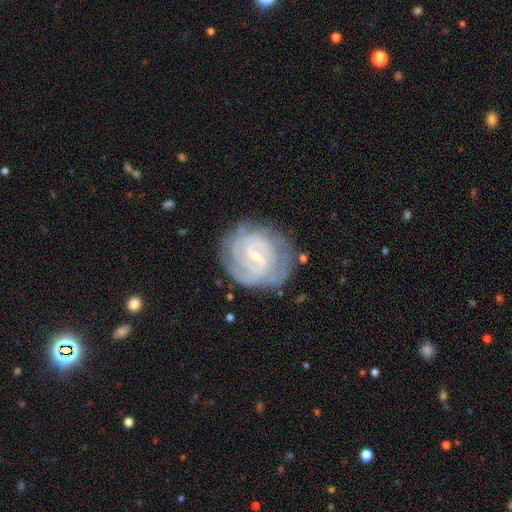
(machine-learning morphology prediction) Smooth or featured? featured or disk (84%)
Edge-on disk? no (97%)
Bar? weak (52%)
Spiral arms? yes (95%)
Spiral winding? tight (75%)
Spiral arm count? 2 (33%)
Bulge size? small (71%)
Merging? none (76%)